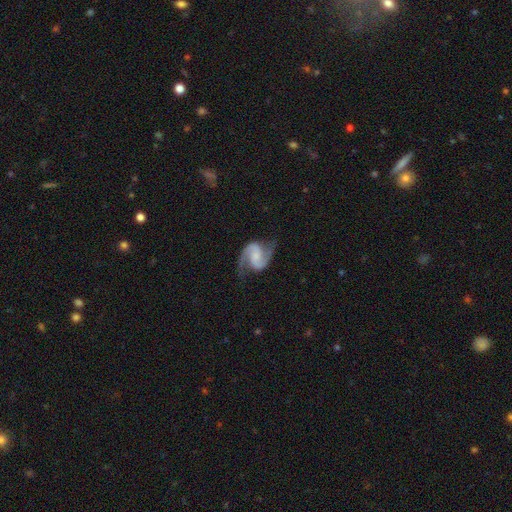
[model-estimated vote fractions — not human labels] Smooth or featured? featured or disk (91%)
Edge-on disk? no (98%)
Bar? no (49%)
Spiral arms? yes (98%)
Spiral winding? medium (57%)
Spiral arm count? 2 (94%)
Bulge size? none (41%)
Merging? none (77%)